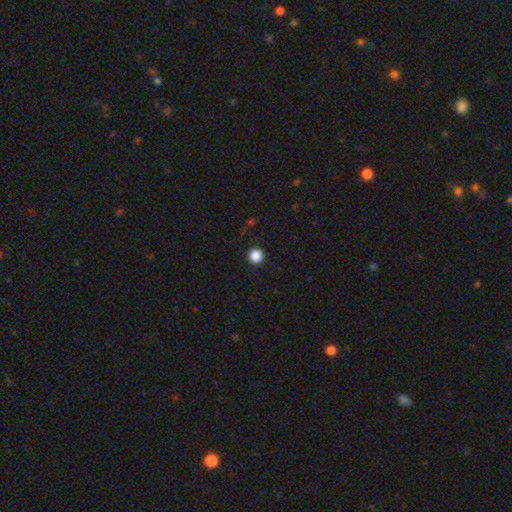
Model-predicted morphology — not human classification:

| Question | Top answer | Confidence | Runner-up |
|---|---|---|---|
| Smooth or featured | smooth | 87% | star or artifact (11%) |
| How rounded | round | 96% | in between (3%) |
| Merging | none | 93% | minor disturbance (4%) |